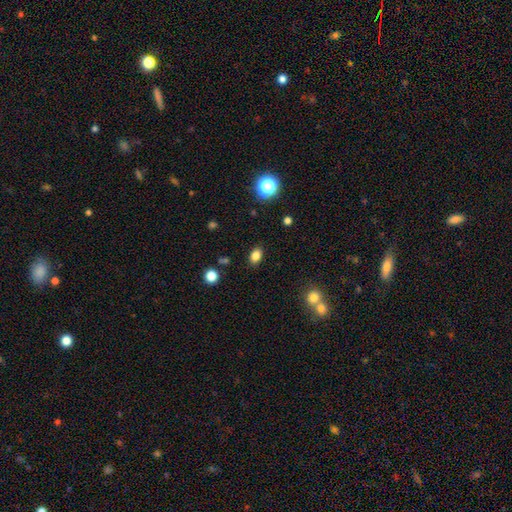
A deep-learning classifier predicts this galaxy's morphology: smooth-or-featured: smooth: 83% | star or artifact: 12% | featured or disk: 6%
  how-rounded: in between: 79% | round: 19% | cigar-shaped: 1%
  merging: none: 86% | minor disturbance: 9% | major disturbance: 3% | merger: 2%